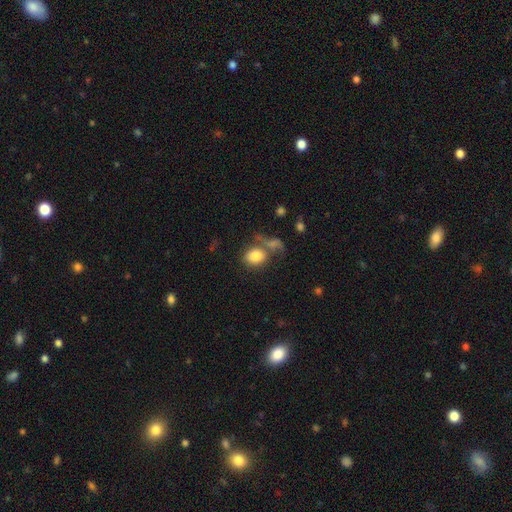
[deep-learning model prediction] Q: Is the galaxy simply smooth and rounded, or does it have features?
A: smooth — 83%.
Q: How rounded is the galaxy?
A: in between — 59%.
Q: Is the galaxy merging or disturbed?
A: none — 46%.